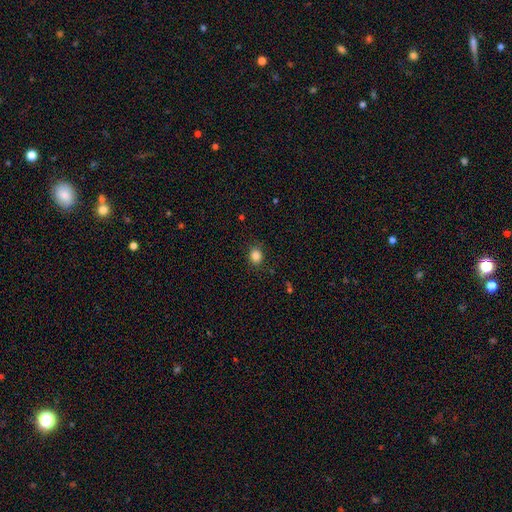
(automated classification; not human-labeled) Smooth or featured? smooth (85%)
How rounded? round (70%)
Merging? none (87%)